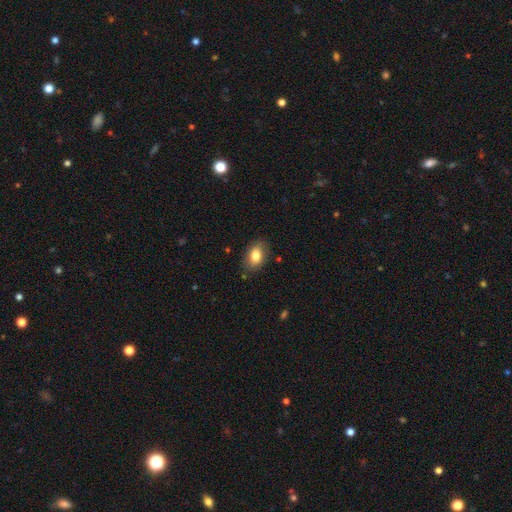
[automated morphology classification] smooth-or-featured: smooth: 82% | featured or disk: 10% | star or artifact: 8%
  how-rounded: in between: 86% | round: 13% | cigar-shaped: 1%
  merging: none: 83% | minor disturbance: 13% | major disturbance: 3% | merger: 1%